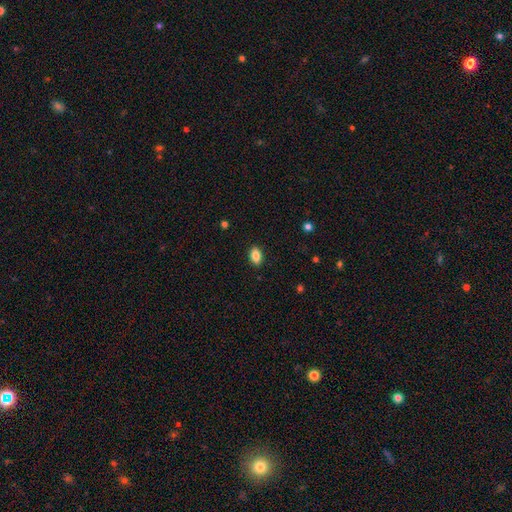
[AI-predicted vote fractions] smooth_or_featured: smooth (p=0.83) [alt: featured or disk p=0.09]
how_rounded: in between (p=0.87) [alt: round p=0.09]
merging: none (p=0.88) [alt: minor disturbance p=0.09]